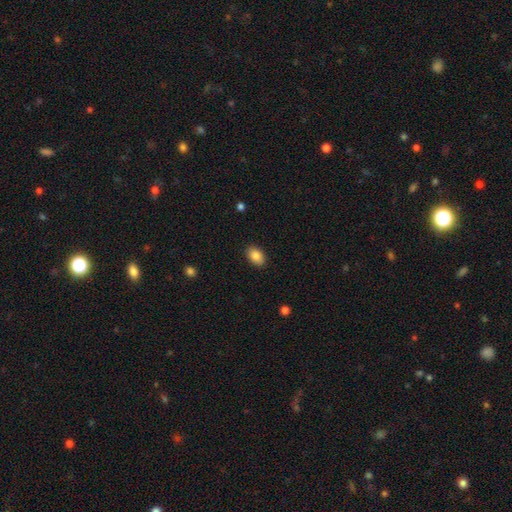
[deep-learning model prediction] Smooth or featured?
  - smooth: 86% *
  - star or artifact: 8%
  - featured or disk: 6%
How rounded?
  - in between: 84% *
  - round: 14%
  - cigar-shaped: 1%
Merging?
  - none: 89% *
  - minor disturbance: 8%
  - major disturbance: 2%
  - merger: 1%